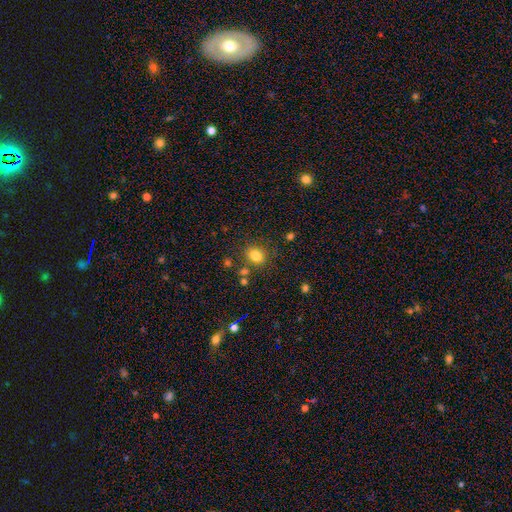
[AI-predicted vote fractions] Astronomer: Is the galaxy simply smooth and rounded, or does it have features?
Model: smooth — 81%.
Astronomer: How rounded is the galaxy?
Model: round — 56% (runner-up: in between, 43%).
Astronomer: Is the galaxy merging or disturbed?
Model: none — 79%.